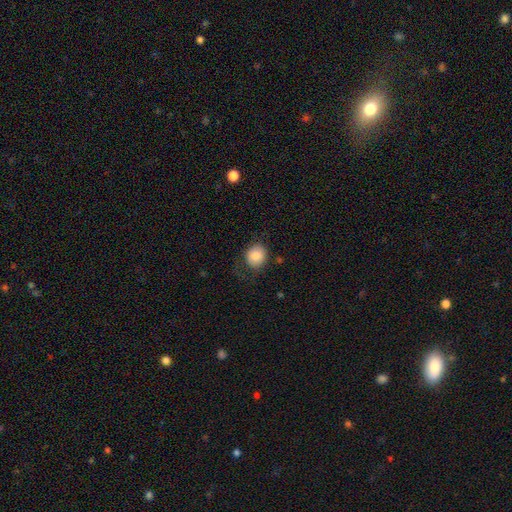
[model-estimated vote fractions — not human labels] smooth_or_featured: smooth (p=0.83) [alt: featured or disk p=0.09]
how_rounded: round (p=0.74) [alt: in between p=0.25]
merging: none (p=0.72) [alt: minor disturbance p=0.18]